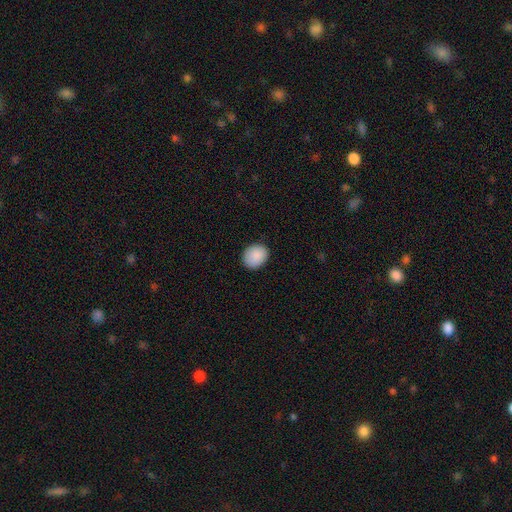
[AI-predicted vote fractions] smooth 89%, star or artifact 7%, featured or disk 3%. Down the decision tree: how rounded — round (58%); merging — none (87%).